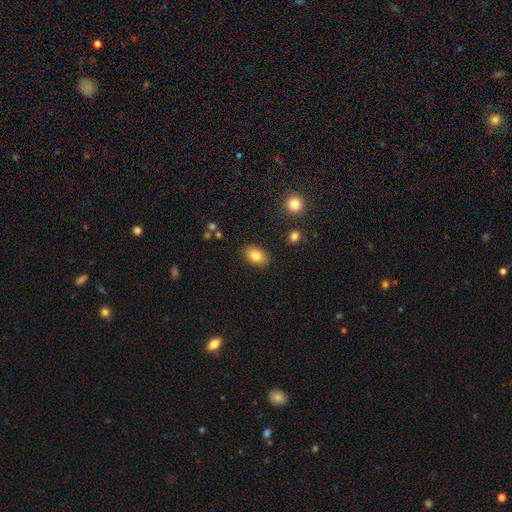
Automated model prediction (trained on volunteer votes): A smooth galaxy with no disk features (82%) that is in between round and cigar-shaped (85%). Merging: none (87%).